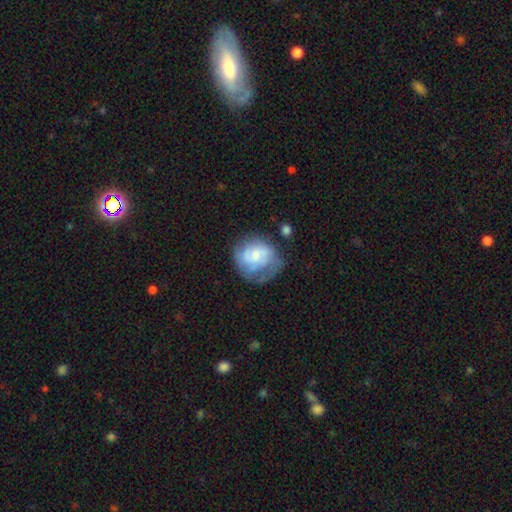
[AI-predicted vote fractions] Smooth or featured? Predicted: featured or disk (p=0.52). Edge-on disk? Predicted: no (p=0.98). Bar? Predicted: no (p=0.65). Spiral arms? Predicted: yes (p=0.66). Bulge size? Predicted: small (p=0.43). Merging? Predicted: none (p=0.42).